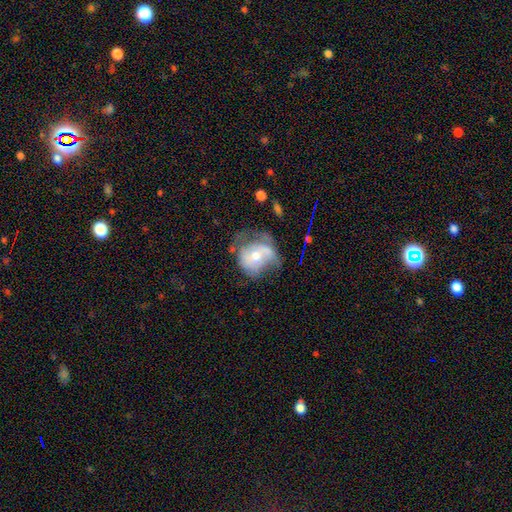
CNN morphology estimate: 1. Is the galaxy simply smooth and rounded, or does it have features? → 52% featured or disk, 39% smooth, 8% star or artifact.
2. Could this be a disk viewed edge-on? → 96% no, 4% yes.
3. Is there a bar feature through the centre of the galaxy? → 74% no, 20% weak, 5% strong.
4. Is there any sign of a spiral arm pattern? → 52% yes, 48% no.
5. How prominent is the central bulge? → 61% moderate, 30% small, 6% large, 2% none, 1% dominant.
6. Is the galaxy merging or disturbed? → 33% major disturbance, 31% none, 27% minor disturbance, 9% merger.